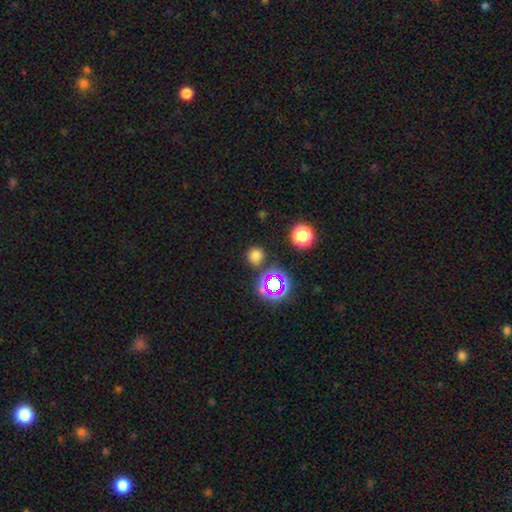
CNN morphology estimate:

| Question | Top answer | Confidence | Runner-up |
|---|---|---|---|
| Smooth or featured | smooth | 71% | star or artifact (23%) |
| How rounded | round | 92% | in between (7%) |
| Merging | none | 82% | minor disturbance (9%) |